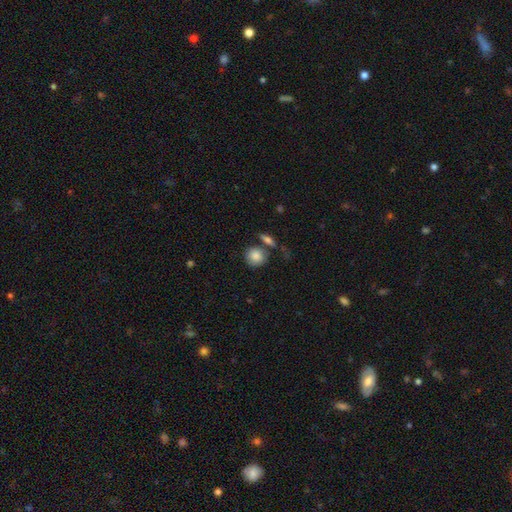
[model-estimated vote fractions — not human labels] smooth_or_featured: smooth (p=0.84) [alt: featured or disk p=0.08]
how_rounded: round (p=0.84) [alt: in between p=0.14]
merging: none (p=0.64) [alt: merger p=0.17]